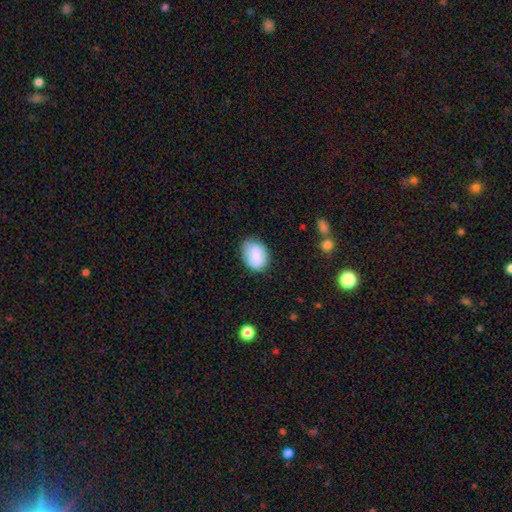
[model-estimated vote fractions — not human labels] Smooth or featured? Predicted: smooth (p=0.84). How rounded? Predicted: in between (p=0.75). Merging? Predicted: none (p=0.71).